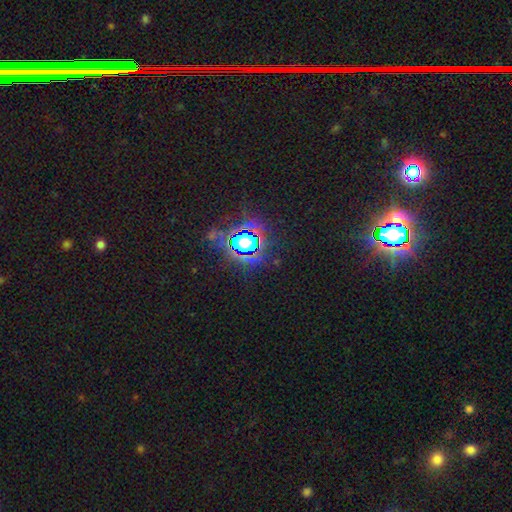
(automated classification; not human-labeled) A star or artifact, not a galaxy (83%).